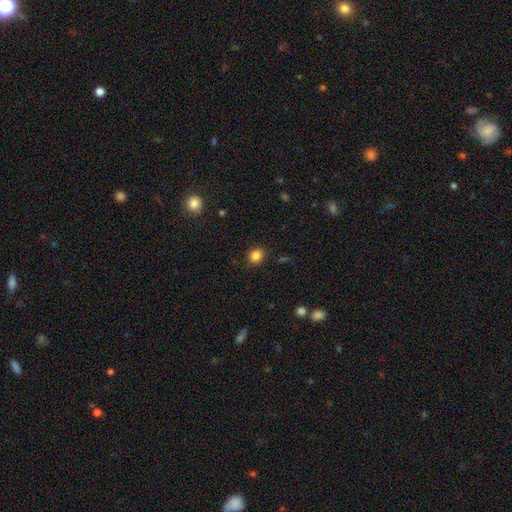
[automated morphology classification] The model was most divided on "how rounded": round: 64%, in between: 35%, cigar-shaped: 1%. More confident: merging — none (88%); smooth or featured — smooth (85%).